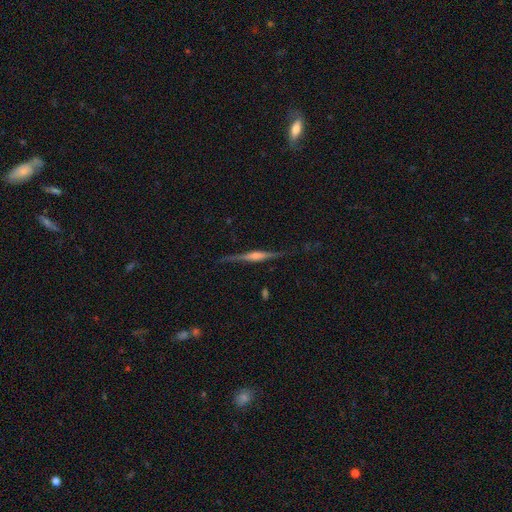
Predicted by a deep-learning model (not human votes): Overall: featured or disk (82%). Edge-on disk: yes (98%). Edge-on bulge: rounded (76%). Merging: none (84%).